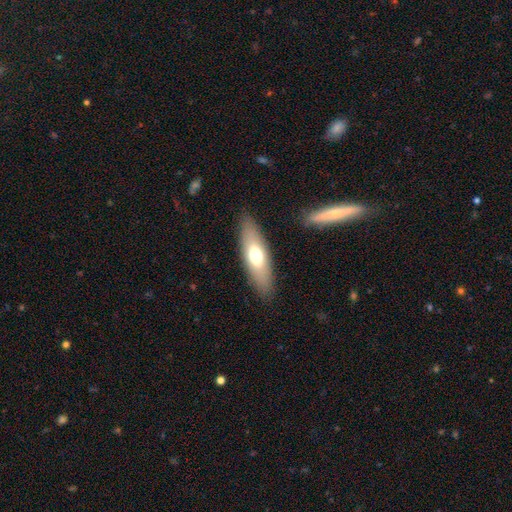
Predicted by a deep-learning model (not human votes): Morphology: type=smooth (61%); roundness=in between (55%); merging=none (87%).